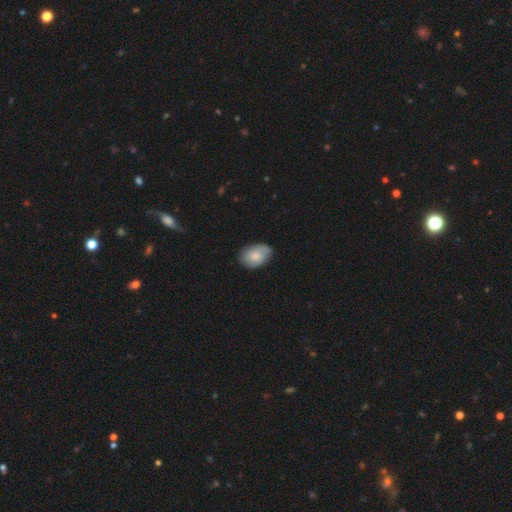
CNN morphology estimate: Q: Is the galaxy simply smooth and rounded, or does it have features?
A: smooth — 78%.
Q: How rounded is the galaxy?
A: in between — 82%.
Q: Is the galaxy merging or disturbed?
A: none — 71%.